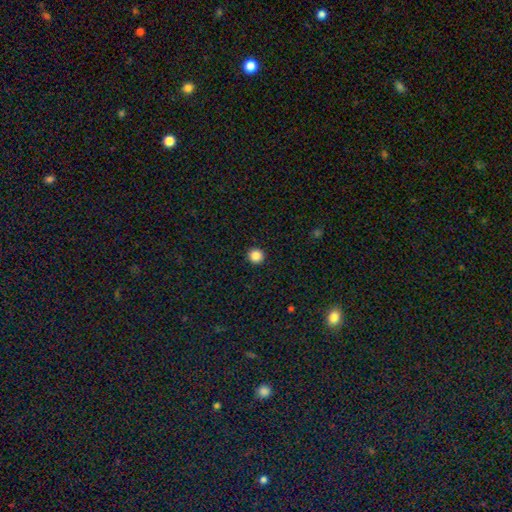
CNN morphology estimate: Smooth or featured? Predicted: smooth (p=0.86). How rounded? Predicted: round (p=0.96). Merging? Predicted: none (p=0.94).